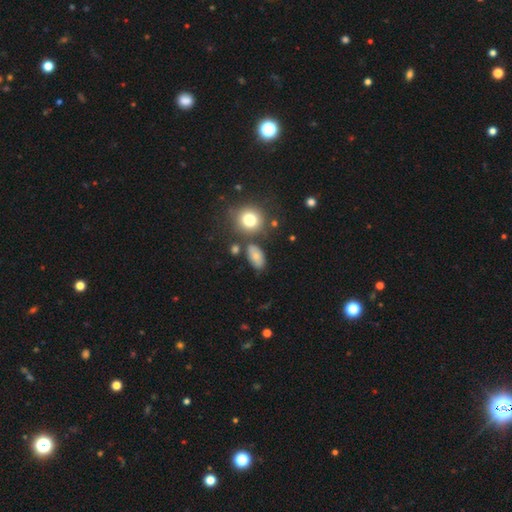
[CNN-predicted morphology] smooth_or_featured: smooth (p=0.75) [alt: featured or disk p=0.13]
how_rounded: in between (p=0.80) [alt: round p=0.17]
merging: none (p=0.71) [alt: minor disturbance p=0.16]